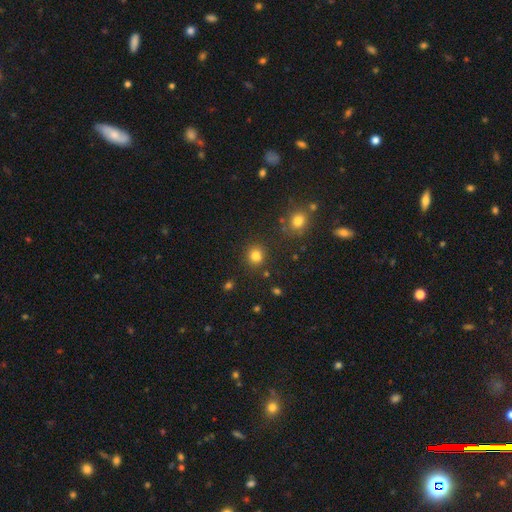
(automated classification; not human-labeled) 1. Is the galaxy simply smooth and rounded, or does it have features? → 82% smooth, 13% star or artifact, 5% featured or disk.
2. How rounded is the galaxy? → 87% round, 12% in between, 1% cigar-shaped.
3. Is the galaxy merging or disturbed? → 86% none, 7% minor disturbance, 4% merger, 3% major disturbance.